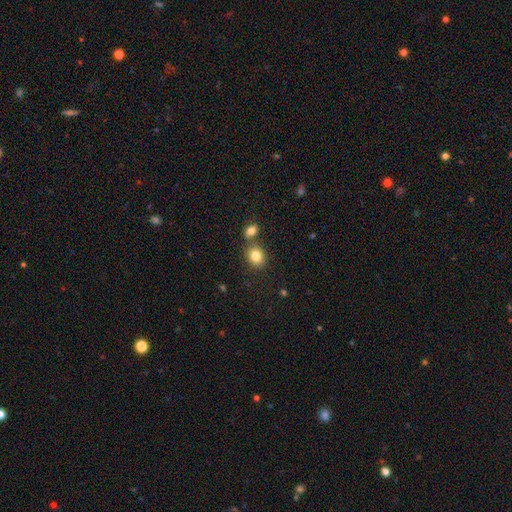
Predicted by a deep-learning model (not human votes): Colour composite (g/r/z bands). It shows a smooth galaxy with no disk features (82%) that is round (57%). Merging: none (66%).